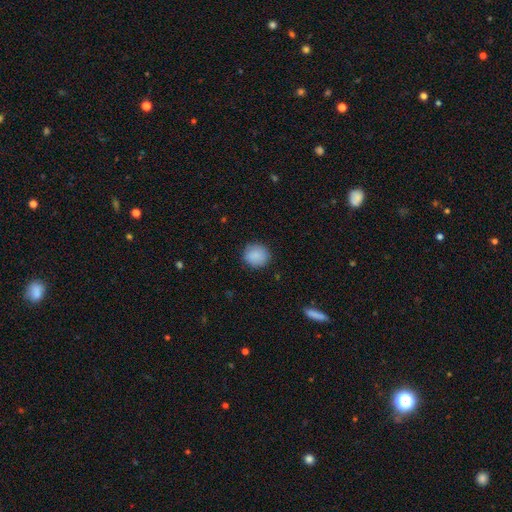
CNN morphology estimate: Smooth or featured: smooth — 89% (star or artifact — 7%)
How rounded: round — 85% (in between — 14%)
Merging: none — 87% (minor disturbance — 9%)